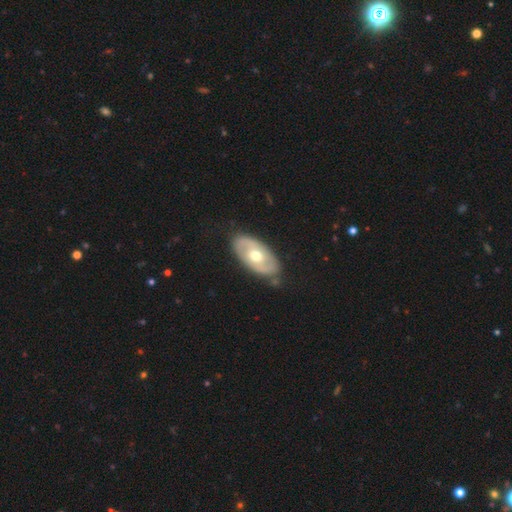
smooth-or-featured: featured or disk: 61% | smooth: 37% | star or artifact: 3%
  disk-edge-on: no: 96% | yes: 4%
    bar: no: 82% | strong: 9% | weak: 9%
    has-spiral-arms: no: 82% | yes: 18%
    bulge-size: moderate: 73% | small: 18% | large: 9% | dominant: 0% | none: 0%
  merging: none: 78% | minor disturbance: 16% | merger: 5% | major disturbance: 0%